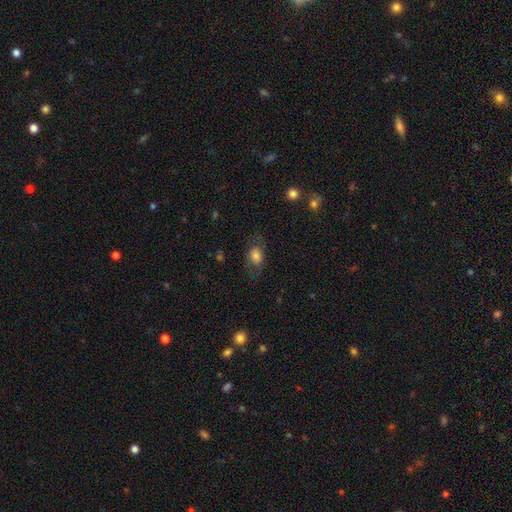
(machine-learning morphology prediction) The model was most divided on "how rounded": in between: 69%, round: 29%, cigar-shaped: 2%. More confident: smooth or featured — smooth (71%); merging — none (66%).